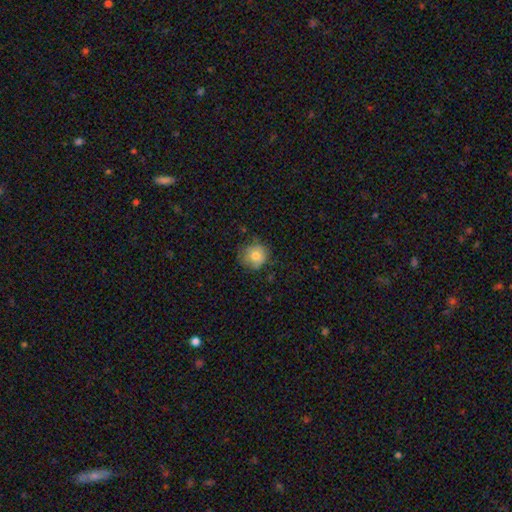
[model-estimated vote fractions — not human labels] Smooth or featured? Predicted: smooth (p=0.76). How rounded? Predicted: round (p=0.88). Merging? Predicted: none (p=0.71).